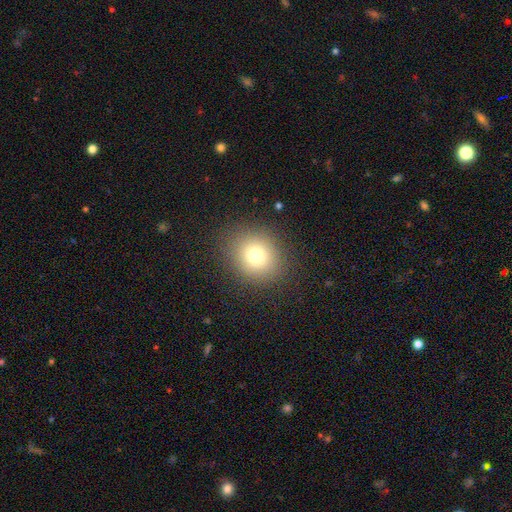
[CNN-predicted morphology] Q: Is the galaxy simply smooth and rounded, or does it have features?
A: smooth — 76%.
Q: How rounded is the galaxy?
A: round — 76%.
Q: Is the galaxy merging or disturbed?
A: none — 88%.